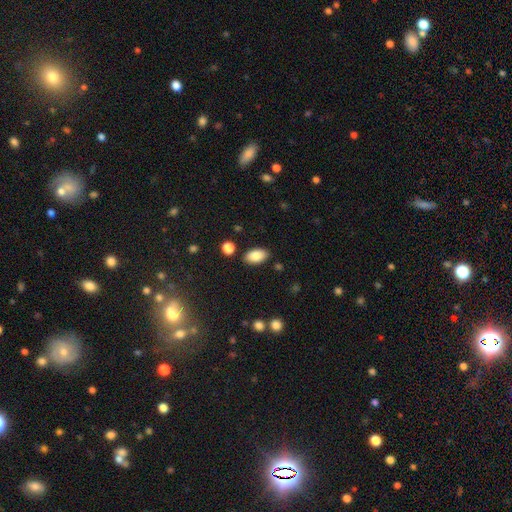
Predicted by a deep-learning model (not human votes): A smooth galaxy with no disk features (85%) that is in between round and cigar-shaped (93%). Merging: none (86%).